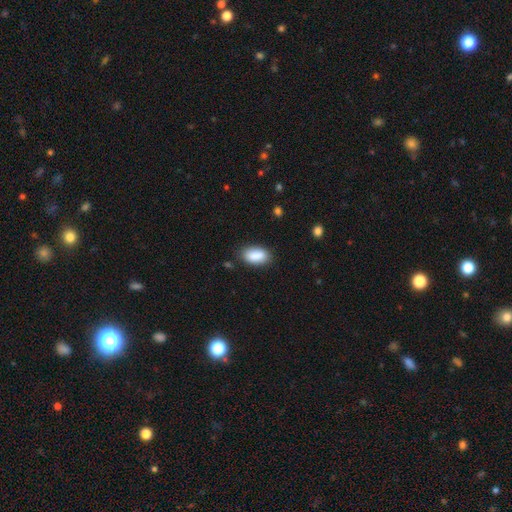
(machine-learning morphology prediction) smooth 88%, star or artifact 7%, featured or disk 6%. Down the decision tree: how rounded — in between (92%); merging — none (83%).